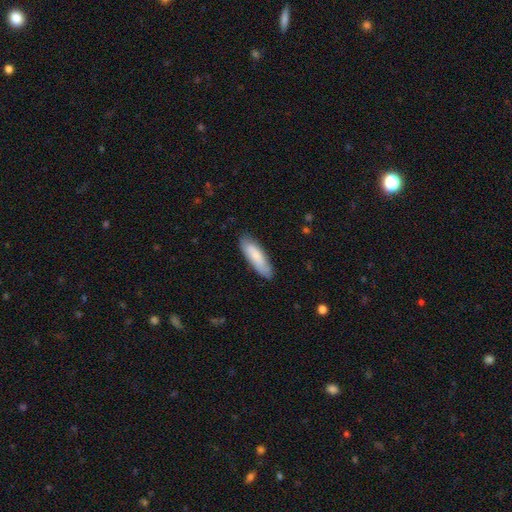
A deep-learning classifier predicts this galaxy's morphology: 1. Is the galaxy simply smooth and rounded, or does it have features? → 79% smooth, 15% featured or disk, 5% star or artifact.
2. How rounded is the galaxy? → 51% cigar-shaped, 47% in between, 1% round.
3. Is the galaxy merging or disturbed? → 81% none, 15% minor disturbance, 3% major disturbance, 1% merger.